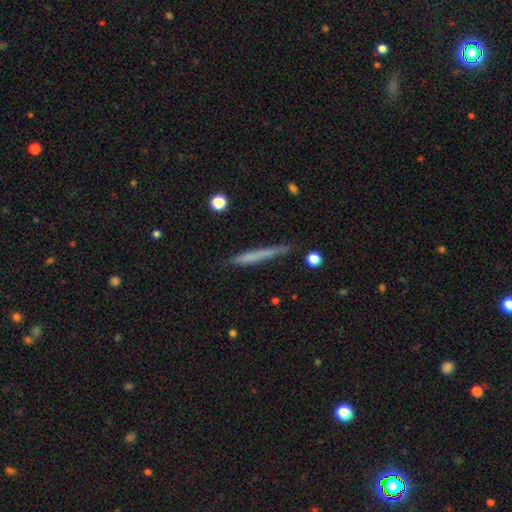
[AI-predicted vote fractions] This appears to be a smooth galaxy with no disk features (61%) that is cigar-shaped (96%). Merging: none (82%).